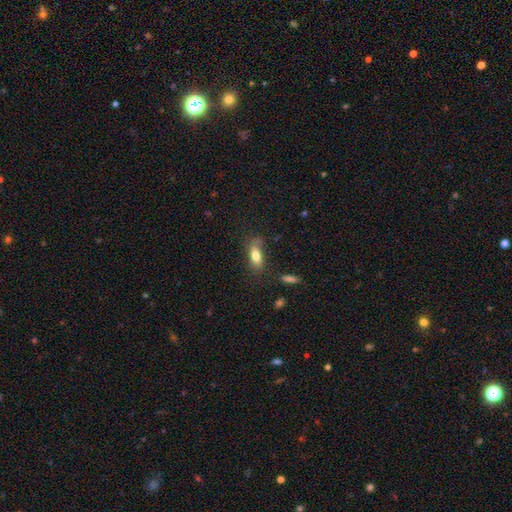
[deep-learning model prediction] Smooth or featured? Predicted: smooth (p=0.74). How rounded? Predicted: in between (p=0.74). Merging? Predicted: none (p=0.61).